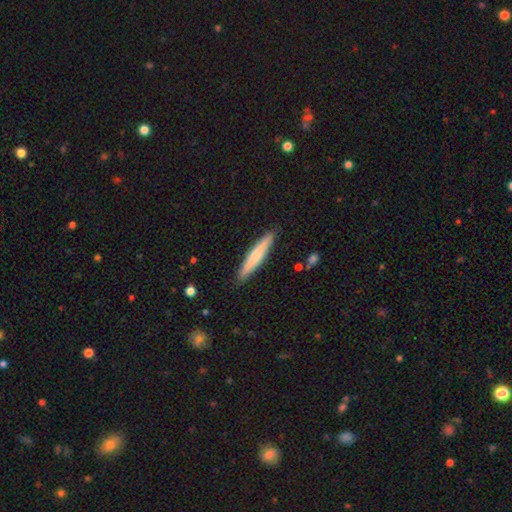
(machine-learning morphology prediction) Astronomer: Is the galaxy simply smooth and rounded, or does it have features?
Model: smooth — 67%.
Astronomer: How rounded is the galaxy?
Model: cigar-shaped — 93%.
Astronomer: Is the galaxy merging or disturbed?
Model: none — 90%.